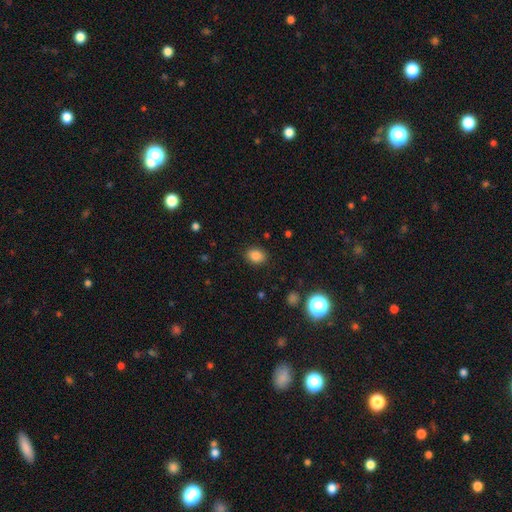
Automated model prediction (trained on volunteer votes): smooth 85%, star or artifact 11%, featured or disk 4%. Down the decision tree: how rounded — in between (54%); merging — none (87%).